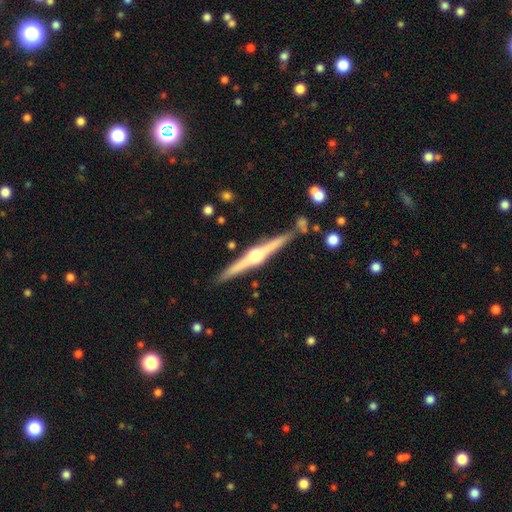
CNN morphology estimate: Smooth or featured? featured or disk (84%)
Edge-on disk? yes (98%)
Edge-on bulge? rounded (93%)
Merging? none (87%)